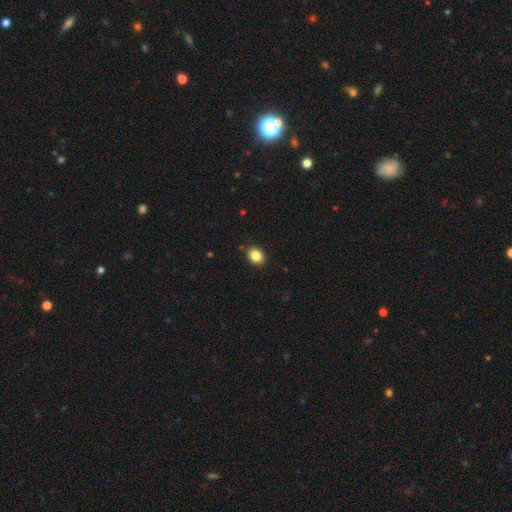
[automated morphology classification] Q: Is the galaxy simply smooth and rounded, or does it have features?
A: smooth — 85%.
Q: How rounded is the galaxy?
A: in between — 58%.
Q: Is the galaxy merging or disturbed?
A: none — 89%.